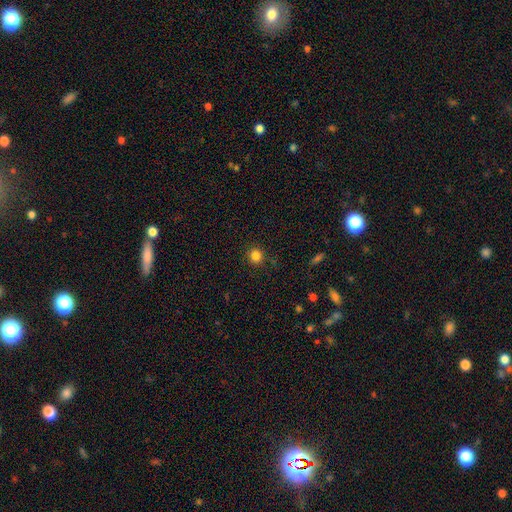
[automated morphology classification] smooth_or_featured: smooth (p=0.84) [alt: star or artifact p=0.12]
how_rounded: round (p=0.93) [alt: in between p=0.06]
merging: none (p=0.90) [alt: minor disturbance p=0.06]